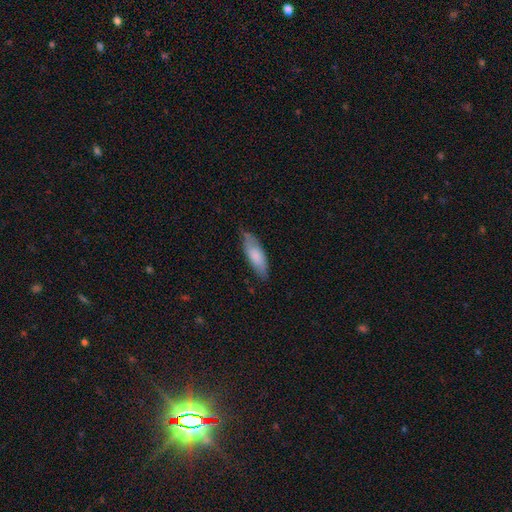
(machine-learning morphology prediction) This appears to be a smooth galaxy with no disk features (75%) that is in between round and cigar-shaped (57%). Merging: none (73%).